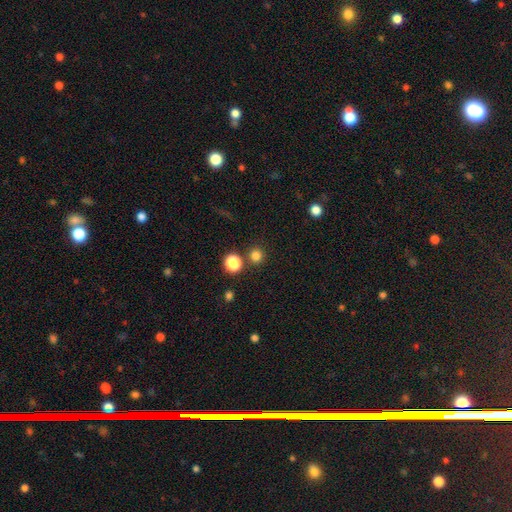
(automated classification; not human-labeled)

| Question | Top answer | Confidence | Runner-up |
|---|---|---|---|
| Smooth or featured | smooth | 80% | star or artifact (16%) |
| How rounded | round | 94% | in between (6%) |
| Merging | none | 83% | merger (9%) |